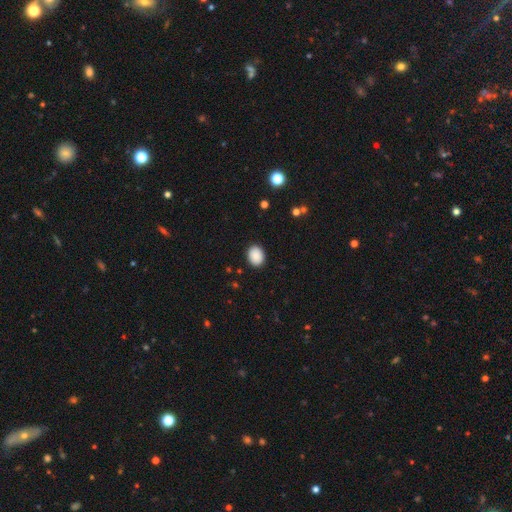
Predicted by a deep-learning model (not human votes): This is clearly a smooth galaxy (88%). How rounded: possibly in between (55%). Merging: clearly none (90%).